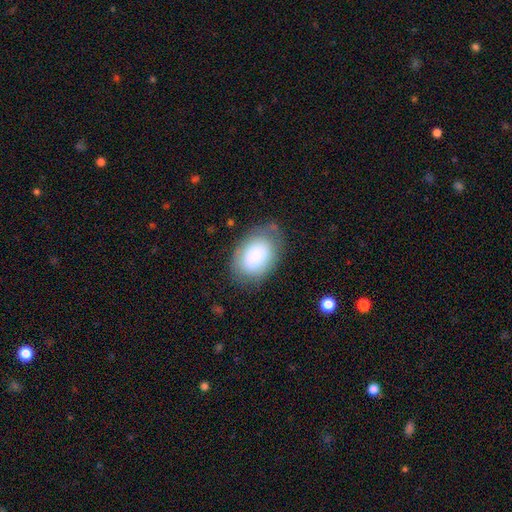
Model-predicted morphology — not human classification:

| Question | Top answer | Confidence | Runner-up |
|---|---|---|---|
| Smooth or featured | smooth | 80% | featured or disk (13%) |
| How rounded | in between | 82% | round (17%) |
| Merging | none | 70% | minor disturbance (20%) |